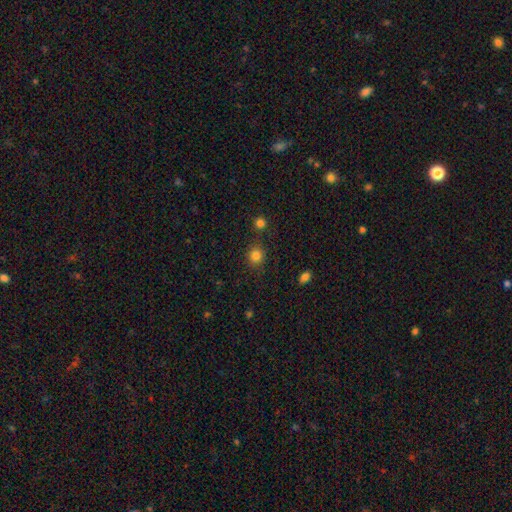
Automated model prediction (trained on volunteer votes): smooth 83%, star or artifact 12%, featured or disk 5%. Down the decision tree: how rounded — round (84%); merging — none (82%).